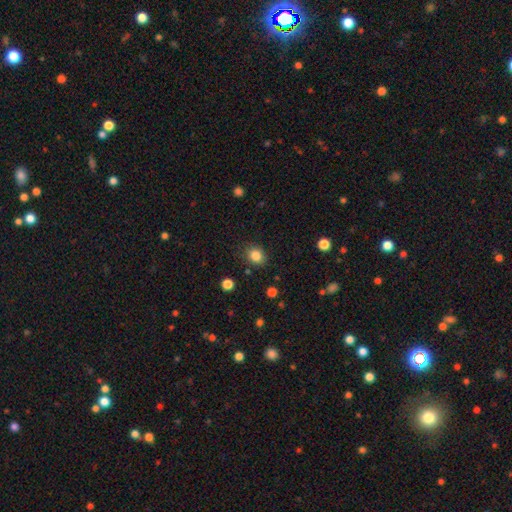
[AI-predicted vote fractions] Smooth or featured: smooth — 84% (star or artifact — 11%)
How rounded: round — 63% (in between — 36%)
Merging: none — 84% (minor disturbance — 11%)